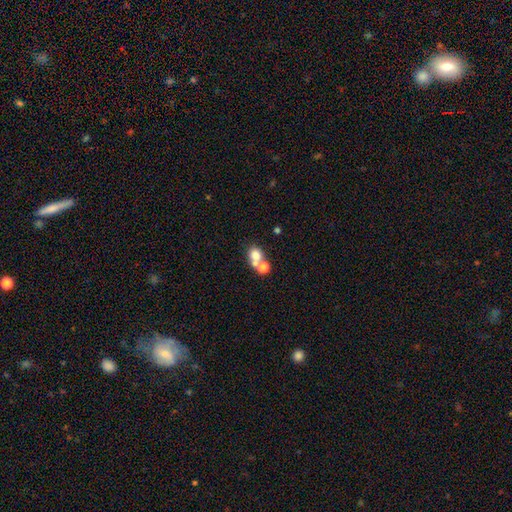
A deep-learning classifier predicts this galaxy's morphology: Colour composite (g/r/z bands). It shows a smooth galaxy with no disk features (71%) that is round (69%). Merging: merger (52%).